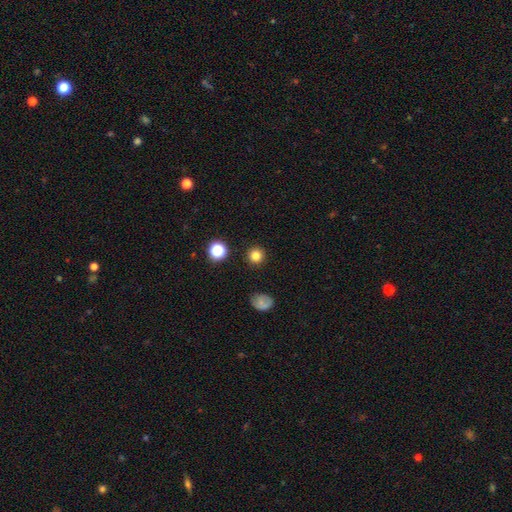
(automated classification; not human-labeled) Smooth or featured? Predicted: smooth (p=0.80). How rounded? Predicted: round (p=0.95). Merging? Predicted: none (p=0.91).